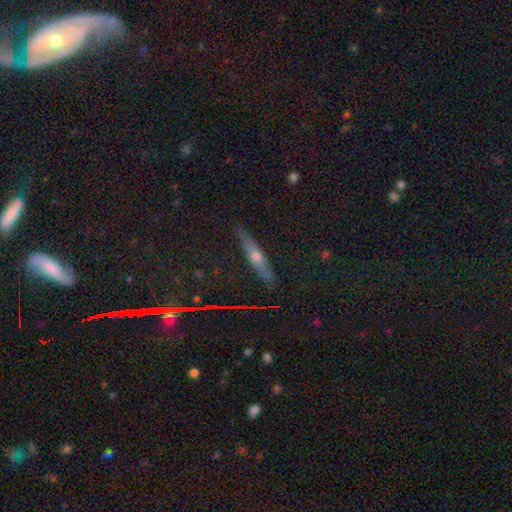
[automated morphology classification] This is possibly a featured or disk galaxy (56%). It is clearly viewed edge-on (91%). Edge-on bulge: clearly rounded (85%). Merging: clearly none (87%).